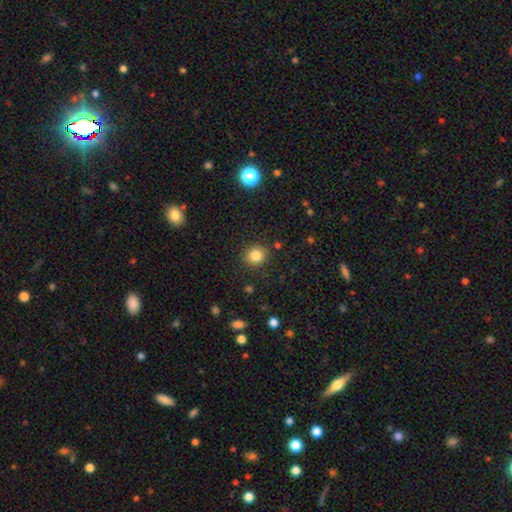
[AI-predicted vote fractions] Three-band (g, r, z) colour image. It shows a smooth galaxy with no disk features (83%) that is round (86%). Merging: none (88%).